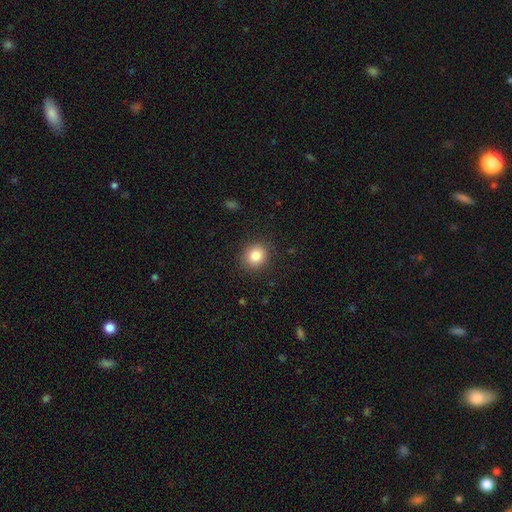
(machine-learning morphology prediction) smooth_or_featured: smooth (p=0.84) [alt: star or artifact p=0.10]
how_rounded: round (p=0.79) [alt: in between p=0.20]
merging: none (p=0.88) [alt: minor disturbance p=0.08]